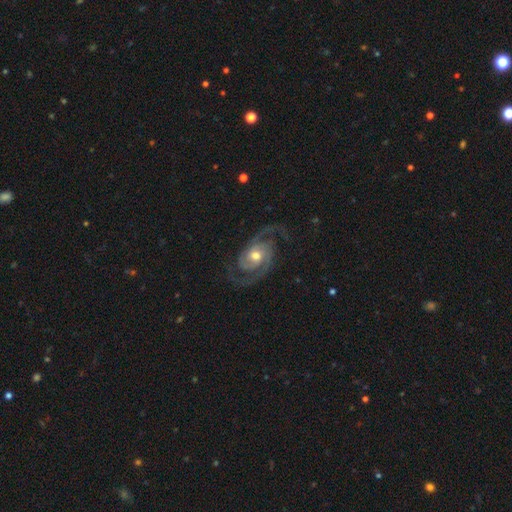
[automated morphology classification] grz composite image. It shows a featured or disk galaxy (92%) with no bar (66%), 2 (90%) medium (52%) spiral arms (98%) and a moderate central bulge (72%). Merging: none (78%).